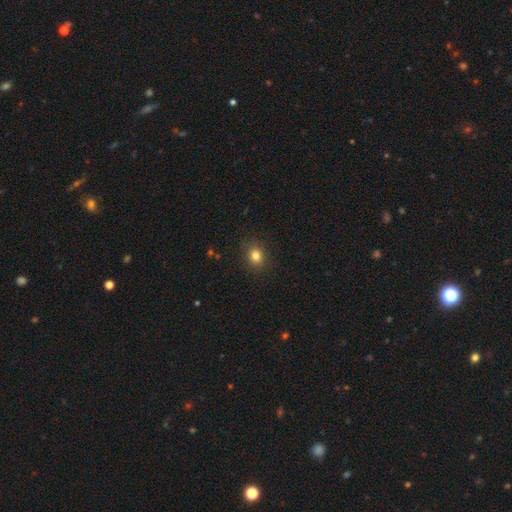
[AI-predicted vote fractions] Q: Smooth or featured?
A: smooth (82%); runner-up: star or artifact (12%)
Q: How rounded?
A: round (60%); runner-up: in between (39%)
Q: Merging?
A: none (87%); runner-up: minor disturbance (9%)